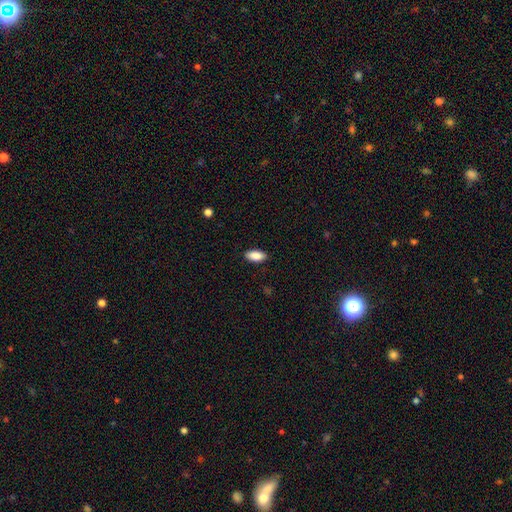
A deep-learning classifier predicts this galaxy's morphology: Overall: smooth (89%). How rounded: in between (91%). Merging: none (89%).